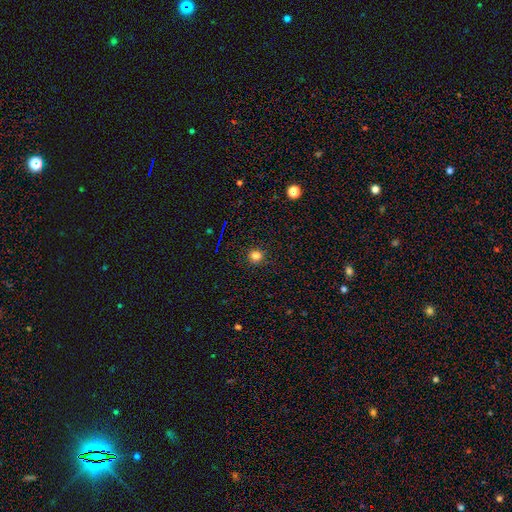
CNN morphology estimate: A smooth galaxy with no disk features (80%) that is round (84%).

Vote fractions:
- Smooth or featured? smooth: 80% / star or artifact: 15% / featured or disk: 5%
- How rounded? round: 84% / in between: 14% / cigar-shaped: 1%
- Merging? none: 89% / minor disturbance: 8% / major disturbance: 2% / merger: 1%